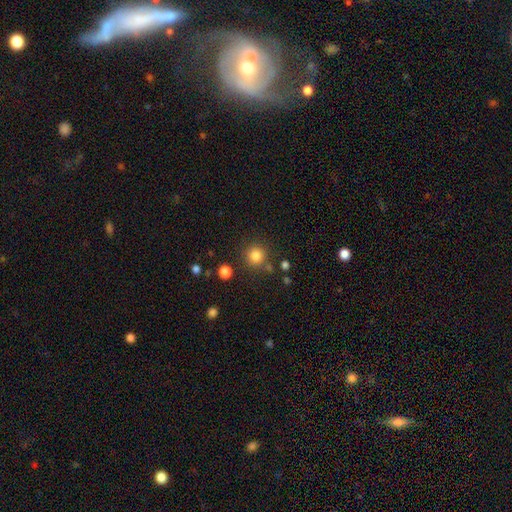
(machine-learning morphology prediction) Smooth or featured? Predicted: smooth (p=0.83). How rounded? Predicted: round (p=0.93). Merging? Predicted: none (p=0.83).